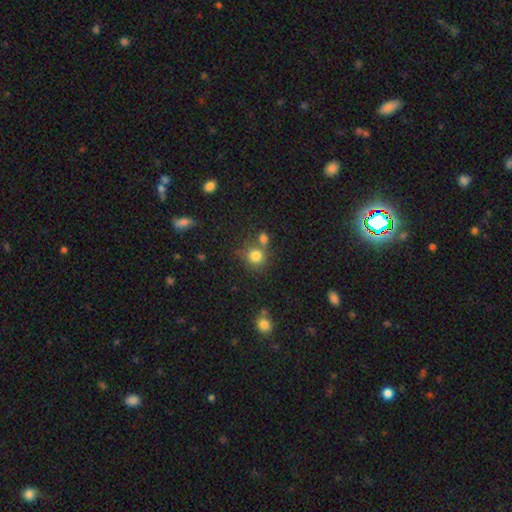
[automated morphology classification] Smooth or featured? smooth (81%)
How rounded? round (85%)
Merging? none (60%)